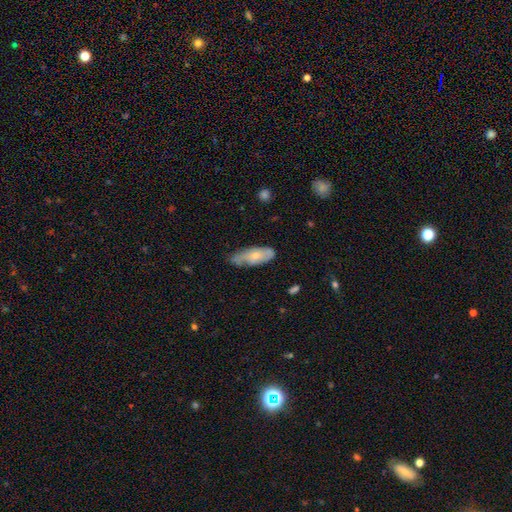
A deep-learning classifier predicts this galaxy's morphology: This appears to be a smooth galaxy with no disk features (57%) that is in between round and cigar-shaped (68%). Merging: none (55%).